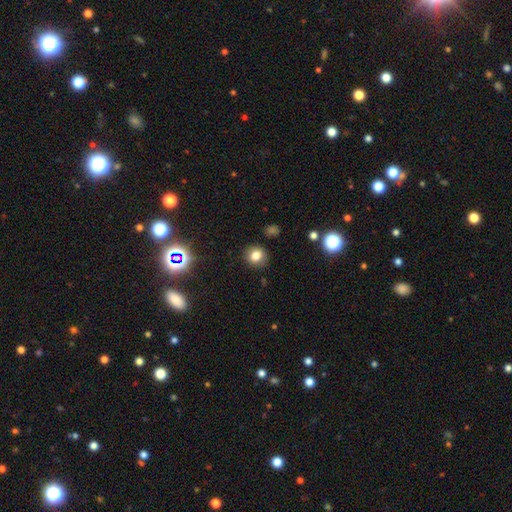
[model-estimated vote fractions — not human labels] smooth_or_featured: smooth (p=0.77) [alt: star or artifact p=0.15]
how_rounded: round (p=0.82) [alt: in between p=0.17]
merging: none (p=0.86) [alt: minor disturbance p=0.09]